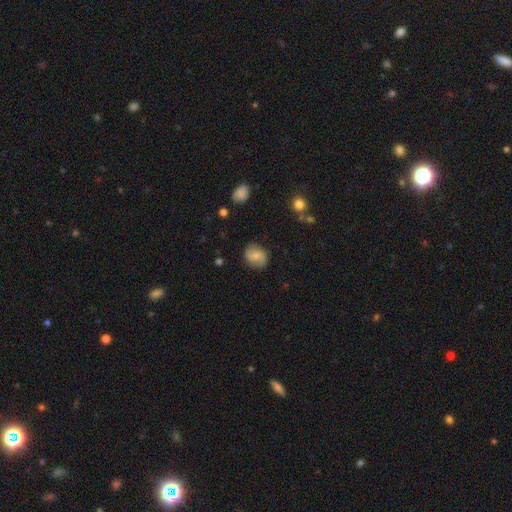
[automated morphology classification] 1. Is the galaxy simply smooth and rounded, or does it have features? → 50% featured or disk, 42% smooth, 8% star or artifact.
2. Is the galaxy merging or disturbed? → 80% none, 14% minor disturbance, 4% major disturbance, 1% merger.